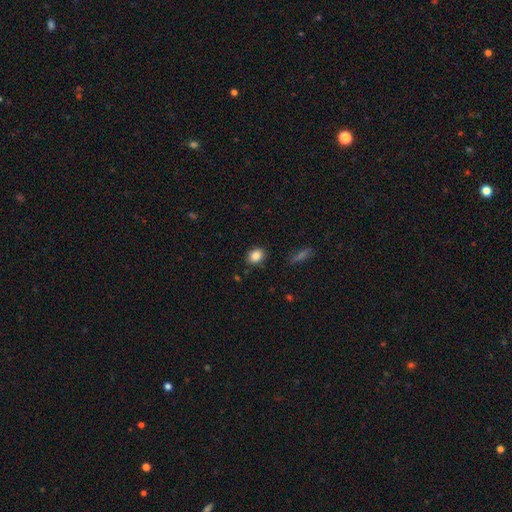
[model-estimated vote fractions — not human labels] Overall: smooth (85%). How rounded: in between (53%; round 46%). Merging: none (86%).